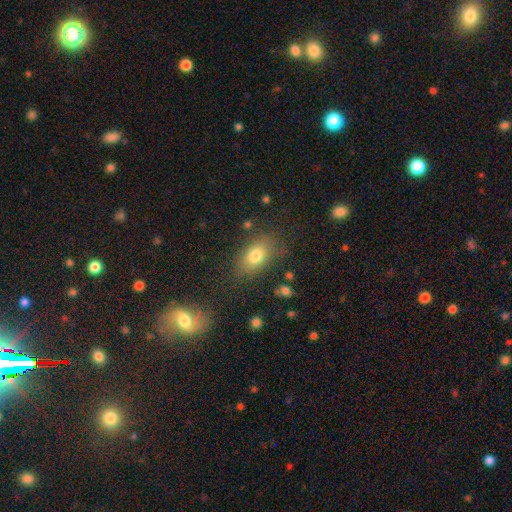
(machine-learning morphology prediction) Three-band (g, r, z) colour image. It shows a smooth galaxy with no disk features (77%) that is in between round and cigar-shaped (83%). Merging: none (76%).